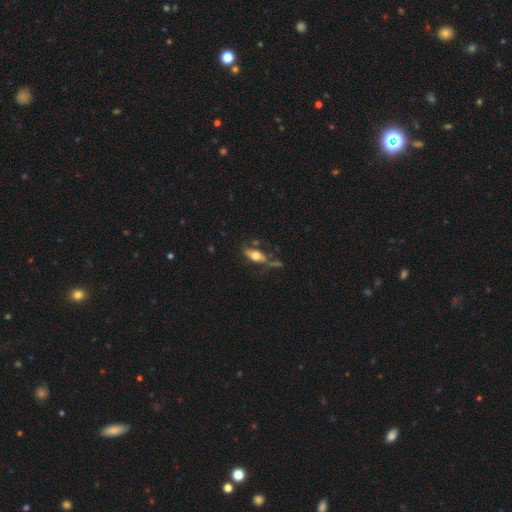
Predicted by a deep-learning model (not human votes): Smooth or featured: smooth — 57% (featured or disk — 35%)
How rounded: in between — 78% (cigar-shaped — 17%)
Merging: none — 50% (minor disturbance — 23%)